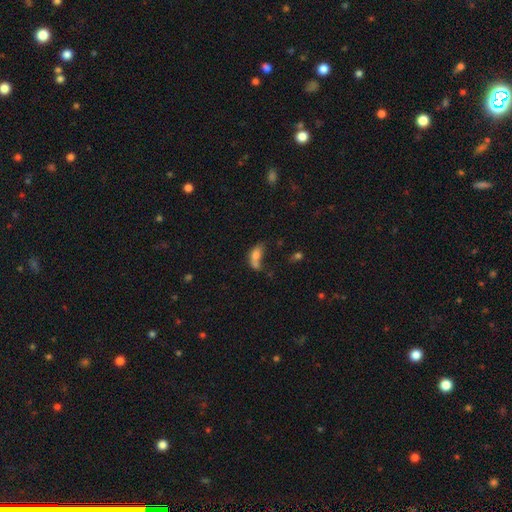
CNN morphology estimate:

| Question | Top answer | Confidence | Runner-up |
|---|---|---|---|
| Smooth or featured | smooth | 70% | featured or disk (19%) |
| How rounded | in between | 80% | cigar-shaped (12%) |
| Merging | merger | 36% | none (24%) |